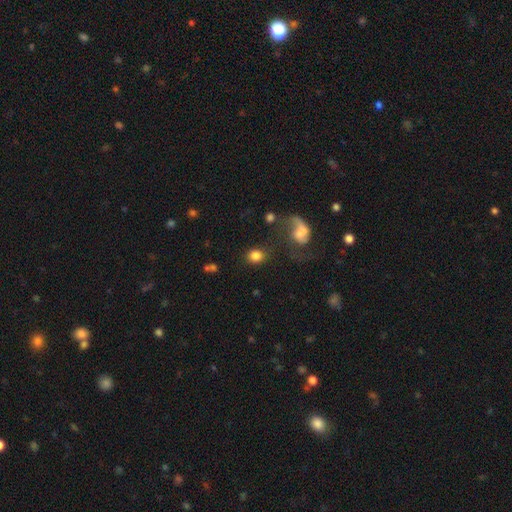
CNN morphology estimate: smooth-or-featured: smooth: 80% | featured or disk: 11% | star or artifact: 9%
  how-rounded: round: 70% | in between: 28% | cigar-shaped: 2%
  merging: none: 67% | merger: 12% | minor disturbance: 11% | major disturbance: 10%